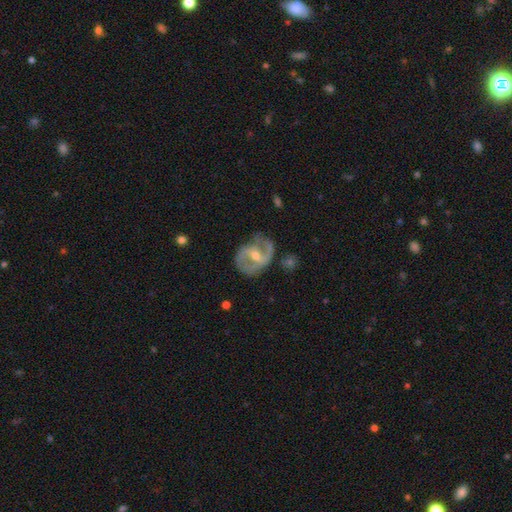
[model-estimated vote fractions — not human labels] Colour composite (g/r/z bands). It shows a featured or disk galaxy (84%) with a weak bar (44%), 2 (82%) medium (50%) spiral arms (90%) and a moderate central bulge (49%). Merging: none (63%).